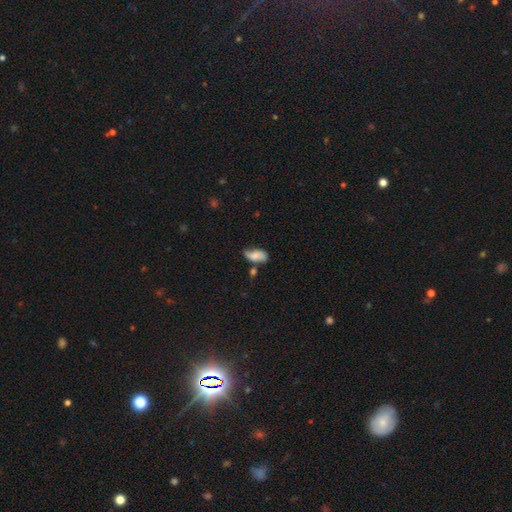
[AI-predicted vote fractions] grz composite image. It shows a smooth galaxy with no disk features (65%) that is in between round and cigar-shaped (91%). Merging: none (41%).